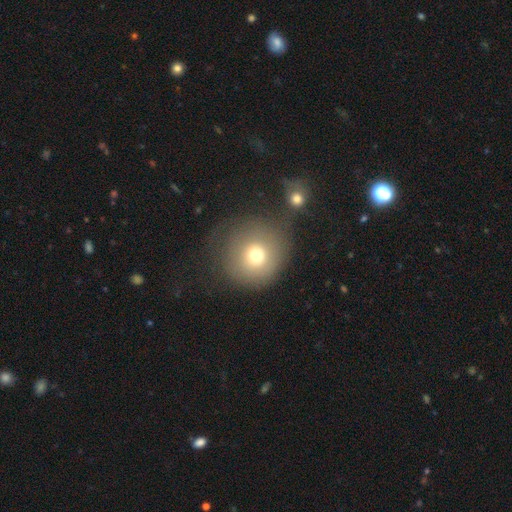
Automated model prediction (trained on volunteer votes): The model was most divided on "merging": none: 55%, minor disturbance: 17%, major disturbance: 15%, merger: 13%. More confident: how rounded — round (91%); smooth or featured — smooth (72%).